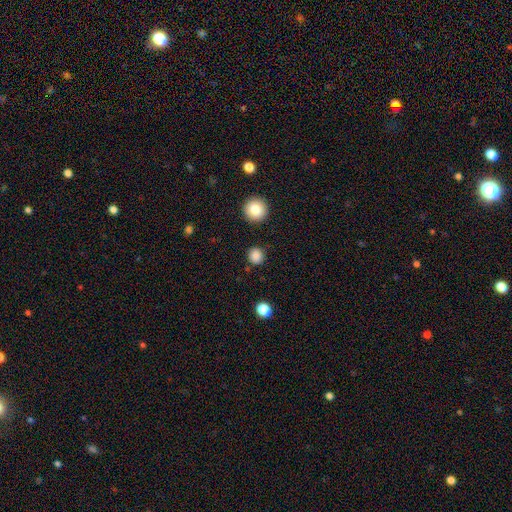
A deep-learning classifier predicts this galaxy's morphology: Smooth or featured: smooth — 85% (star or artifact — 11%)
How rounded: round — 91% (in between — 8%)
Merging: none — 87% (minor disturbance — 8%)